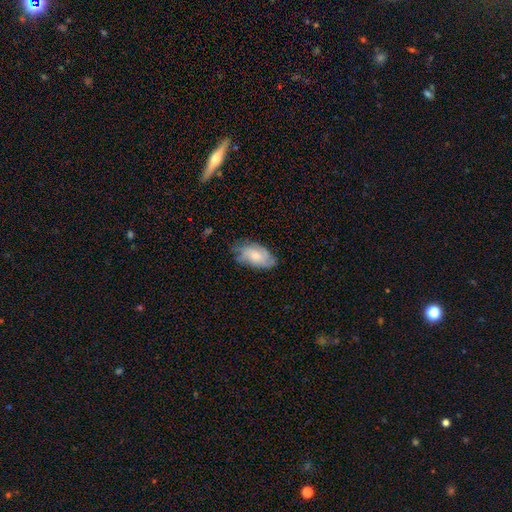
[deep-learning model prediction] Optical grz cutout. It shows a smooth galaxy with no disk features (50%) that is in between round and cigar-shaped (93%). Merging: none (67%).